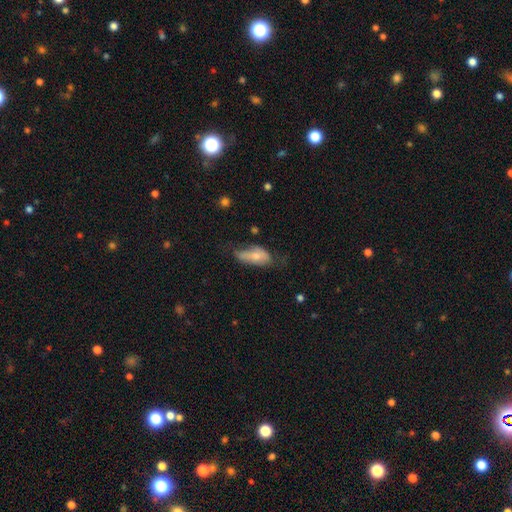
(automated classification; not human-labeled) This is likely a smooth galaxy (61%). How rounded: clearly in between (85%). Merging: marginally none (39%).